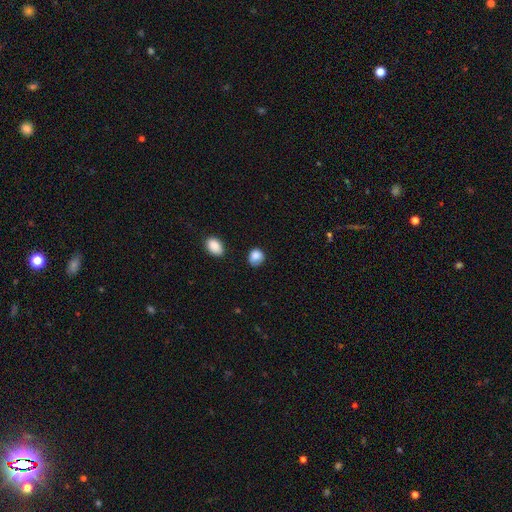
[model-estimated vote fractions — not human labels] Overall: smooth (87%). How rounded: round (74%). Merging: none (69%).